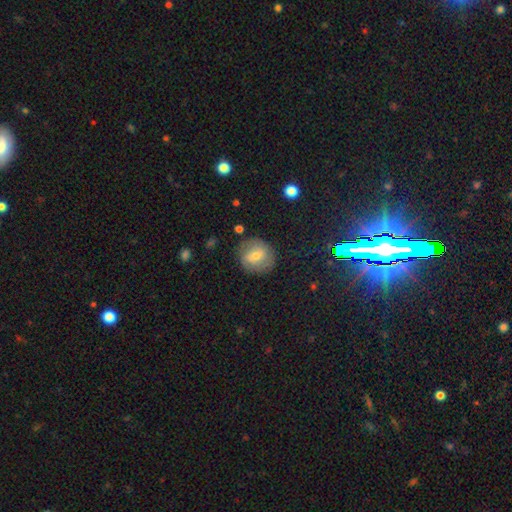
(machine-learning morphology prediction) Smooth or featured: smooth — 60% (featured or disk — 31%)
How rounded: round — 84% (in between — 15%)
Merging: none — 78% (minor disturbance — 15%)